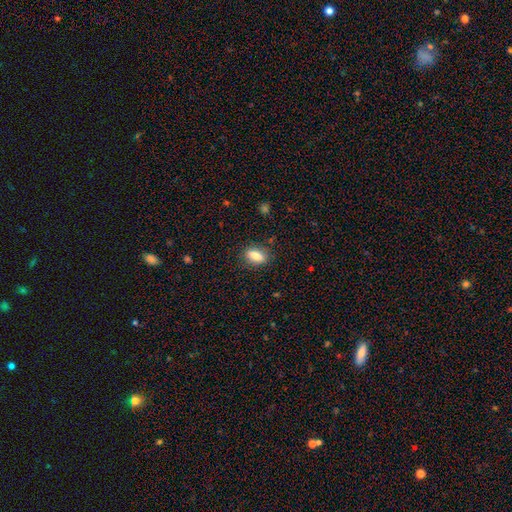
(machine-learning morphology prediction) The model was most divided on "how rounded": in between: 77%, cigar-shaped: 14%, round: 9%. More confident: merging — none (84%); smooth or featured — smooth (78%).